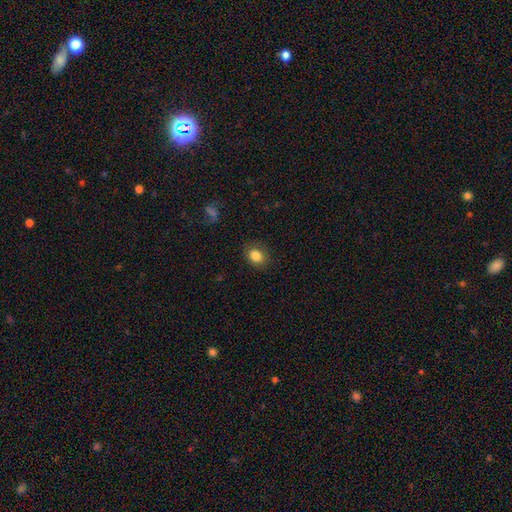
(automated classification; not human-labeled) The model was most divided on "how rounded": in between: 55%, round: 44%, cigar-shaped: 1%. More confident: merging — none (86%); smooth or featured — smooth (84%).